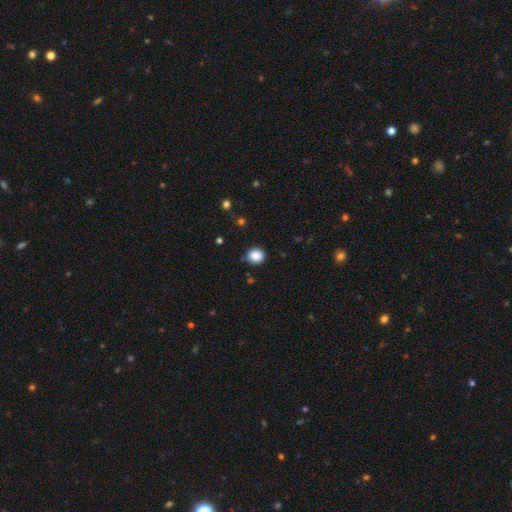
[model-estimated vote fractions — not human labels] smooth 87%, star or artifact 10%, featured or disk 3%. Down the decision tree: how rounded — round (87%); merging — none (87%).